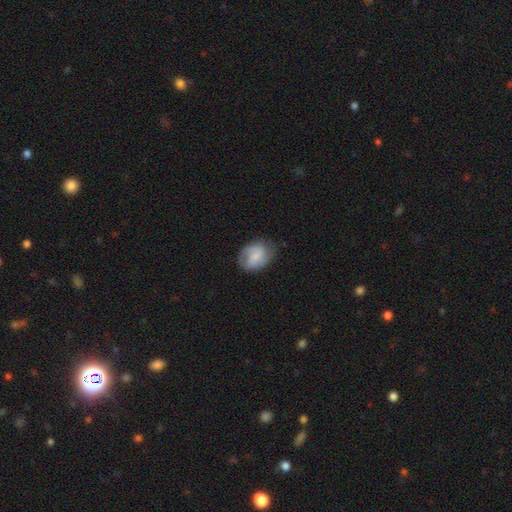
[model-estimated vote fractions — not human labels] This appears to be a smooth galaxy with no disk features (56%) that is in between round and cigar-shaped (68%). Merging: none (63%).